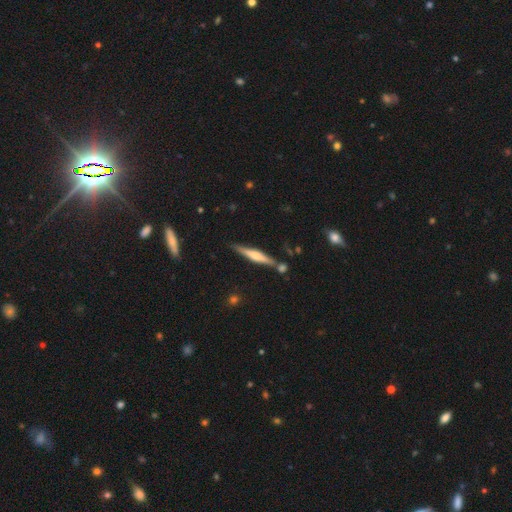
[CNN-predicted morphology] The model was most divided on "smooth or featured": featured or disk: 60%, smooth: 34%, star or artifact: 6%. More confident: edge-on disk — yes (96%); merging — none (78%); edge-on bulge — rounded (69%).